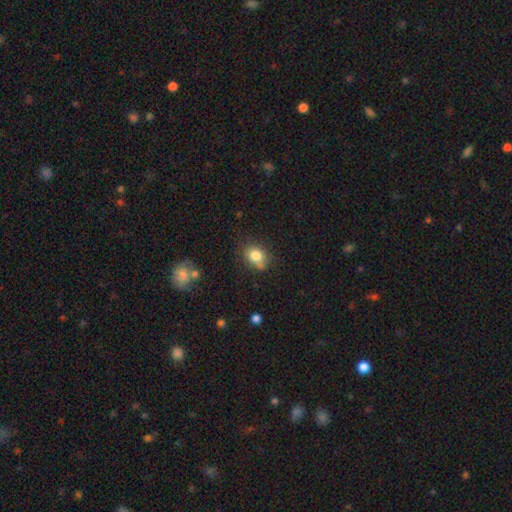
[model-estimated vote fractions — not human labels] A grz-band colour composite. It shows a smooth galaxy with no disk features (80%) that is in between round and cigar-shaped (59%). Merging: none (62%).